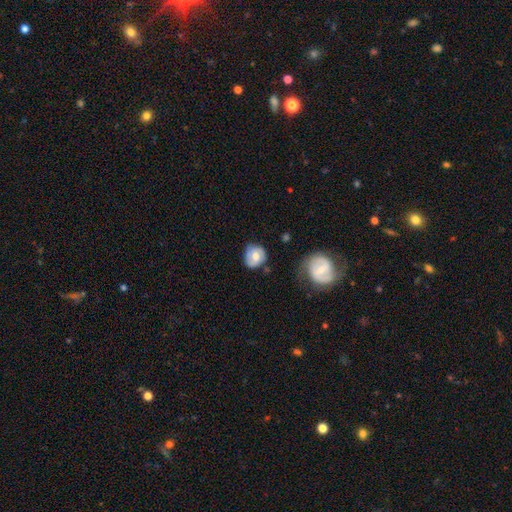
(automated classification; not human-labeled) Morphology: type=smooth (55%); roundness=round (76%); merging=none (58%).